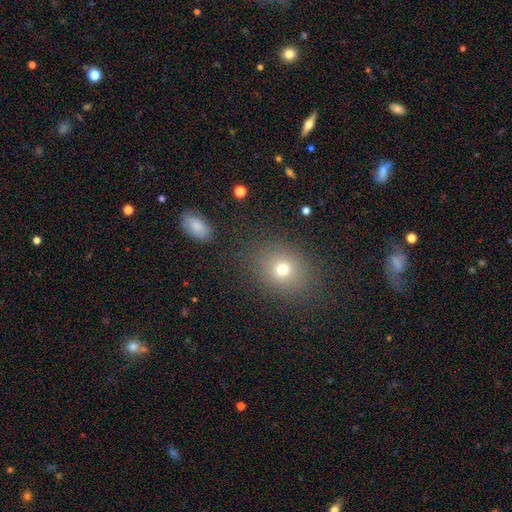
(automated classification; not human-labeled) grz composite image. It shows a smooth galaxy with no disk features (62%) that is round (49%, tied with in between). Merging: none (85%).